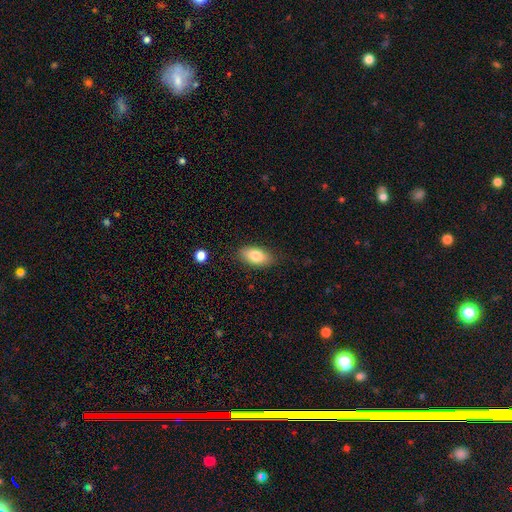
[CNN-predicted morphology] This is clearly a smooth galaxy (81%). How rounded: clearly in between (91%). Merging: clearly none (84%).